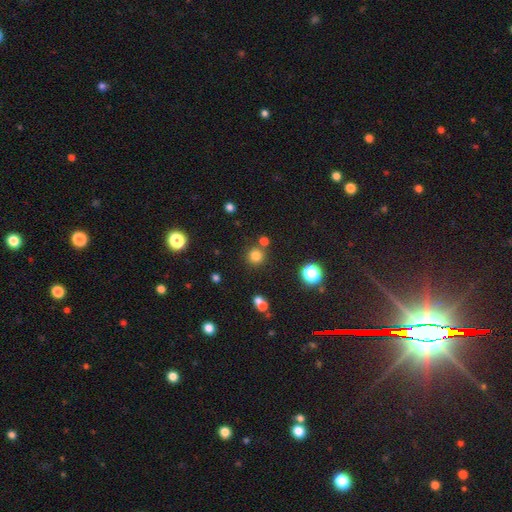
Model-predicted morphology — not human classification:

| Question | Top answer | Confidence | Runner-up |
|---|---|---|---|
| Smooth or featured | smooth | 76% | star or artifact (18%) |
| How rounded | round | 93% | in between (6%) |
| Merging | none | 78% | merger (12%) |